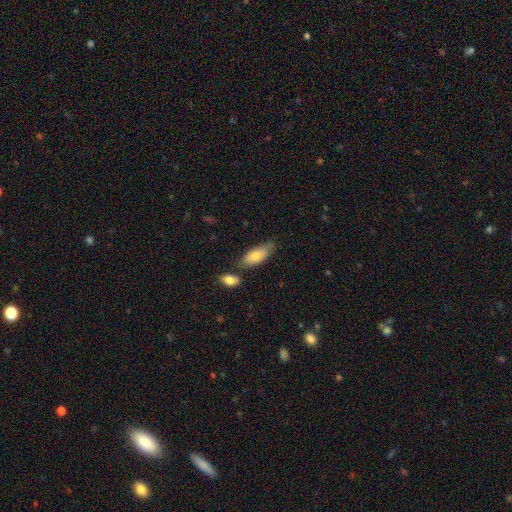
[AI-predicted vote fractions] Smooth or featured: smooth — 78% (featured or disk — 16%)
How rounded: in between — 83% (cigar-shaped — 15%)
Merging: none — 59% (minor disturbance — 23%)